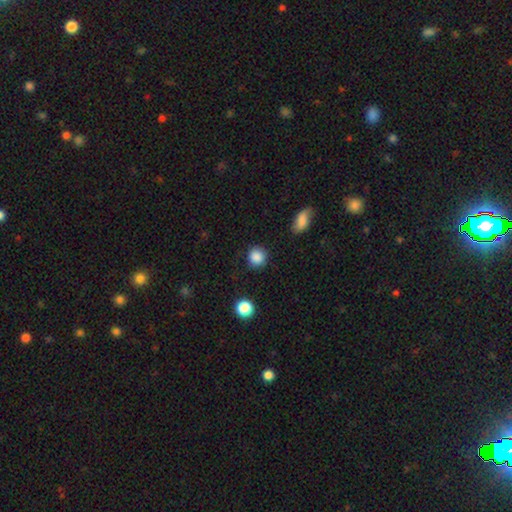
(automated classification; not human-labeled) smooth_or_featured: smooth (p=0.87) [alt: star or artifact p=0.09]
how_rounded: round (p=0.89) [alt: in between p=0.10]
merging: none (p=0.85) [alt: minor disturbance p=0.10]